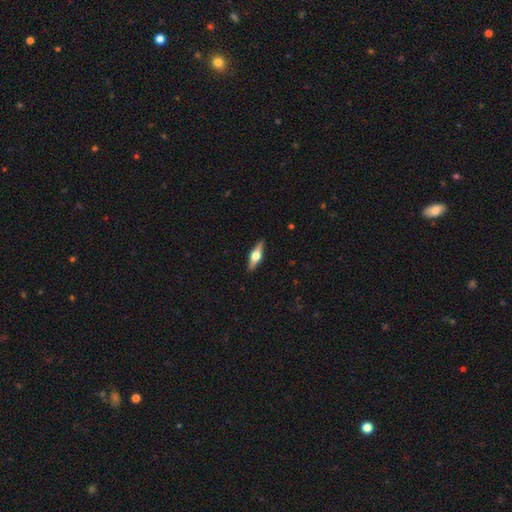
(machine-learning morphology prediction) The model was most divided on "smooth or featured": featured or disk: 70%, smooth: 25%, star or artifact: 6%. More confident: edge-on disk — yes (96%); edge-on bulge — rounded (96%); merging — none (90%).